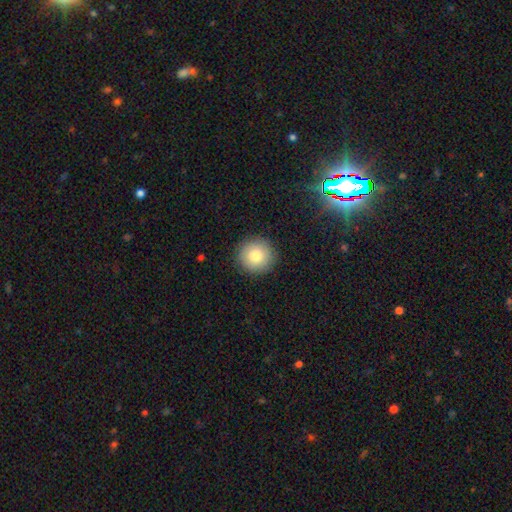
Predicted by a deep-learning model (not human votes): A smooth galaxy with no disk features (81%) that is round (95%). Merging: none (91%).